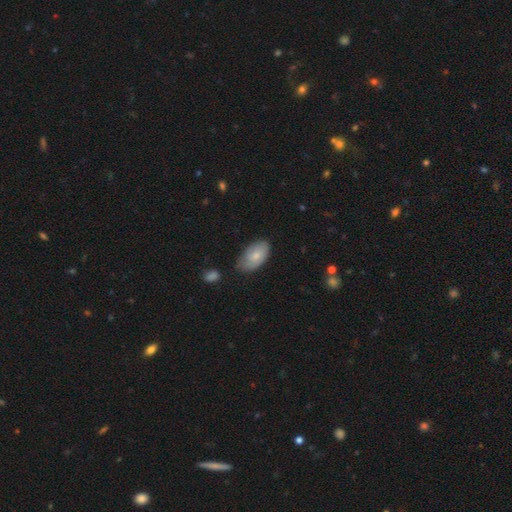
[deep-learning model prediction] A smooth galaxy with no disk features (76%) that is in between round and cigar-shaped (95%).

Vote fractions:
- Smooth or featured? smooth: 76% / featured or disk: 18% / star or artifact: 6%
- How rounded? in between: 95% / round: 4% / cigar-shaped: 2%
- Merging? none: 62% / minor disturbance: 30% / major disturbance: 5% / merger: 3%